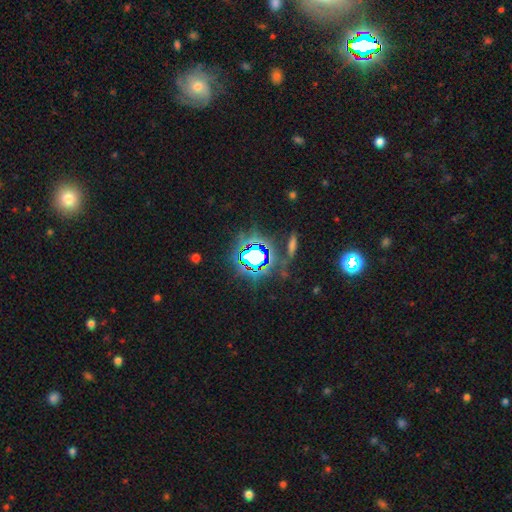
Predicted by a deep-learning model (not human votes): star or artifact 69%, smooth 18%, featured or disk 13%.